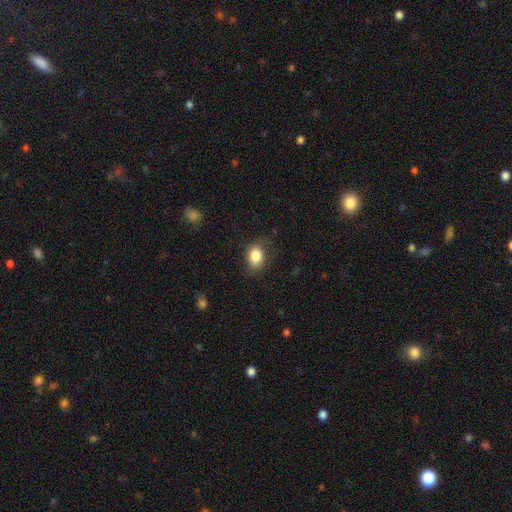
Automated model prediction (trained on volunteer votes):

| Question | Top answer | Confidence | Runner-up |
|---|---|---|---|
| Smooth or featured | smooth | 84% | star or artifact (9%) |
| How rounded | in between | 68% | round (31%) |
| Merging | none | 74% | minor disturbance (19%) |